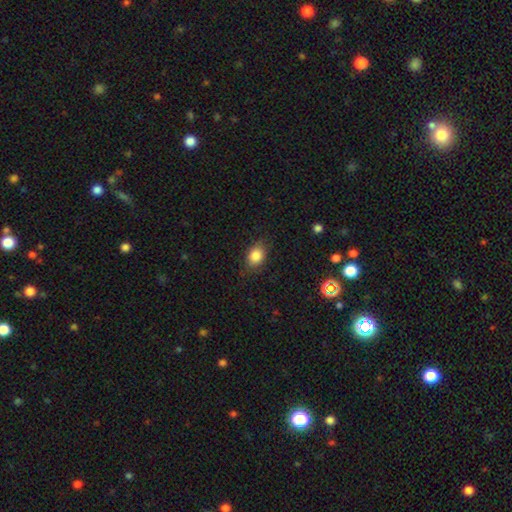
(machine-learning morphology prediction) This appears to be a smooth galaxy with no disk features (85%) that is in between round and cigar-shaped (69%). Merging: none (80%).